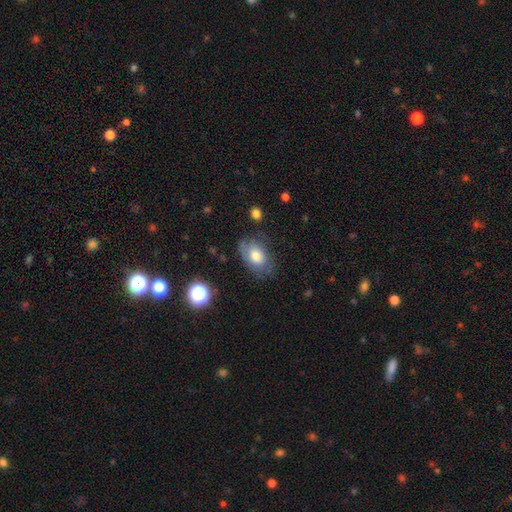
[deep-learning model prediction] This is likely a smooth galaxy (70%). How rounded: clearly in between (85%). Merging: likely none (65%).